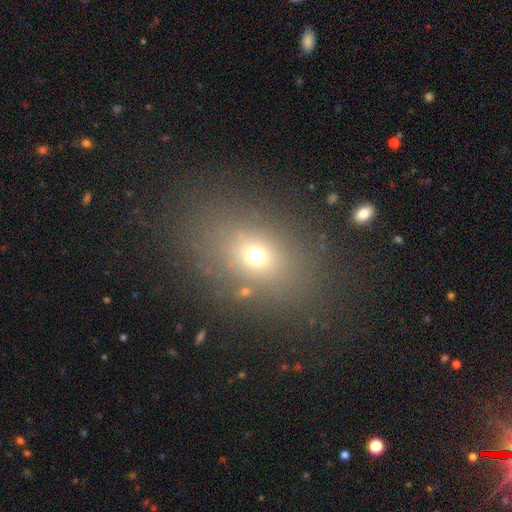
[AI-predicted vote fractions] Morphology: type=smooth (67%); roundness=in between (65%); merging=none (81%).